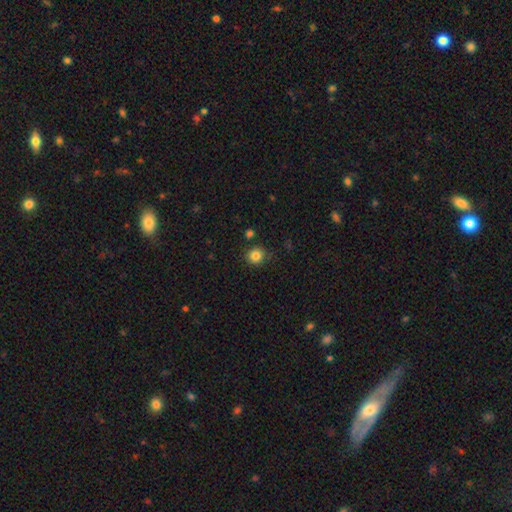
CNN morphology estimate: The model was most divided on "smooth or featured": smooth: 84%, star or artifact: 12%, featured or disk: 5%. More confident: how rounded — round (91%); merging — none (86%).